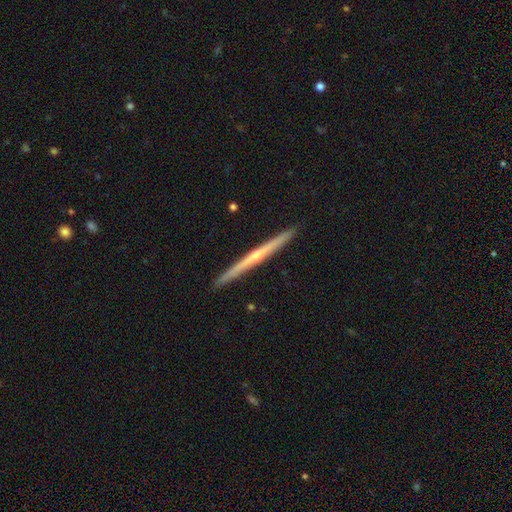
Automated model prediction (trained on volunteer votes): Smooth or featured?
  - featured or disk: 73% *
  - smooth: 21%
  - star or artifact: 6%
Edge-on disk?
  - yes: 98% *
  - no: 2%
Edge-on bulge?
  - rounded: 57% *
  - none: 39%
  - boxy: 4%
Merging?
  - none: 93% *
  - minor disturbance: 5%
  - major disturbance: 1%
  - merger: 1%